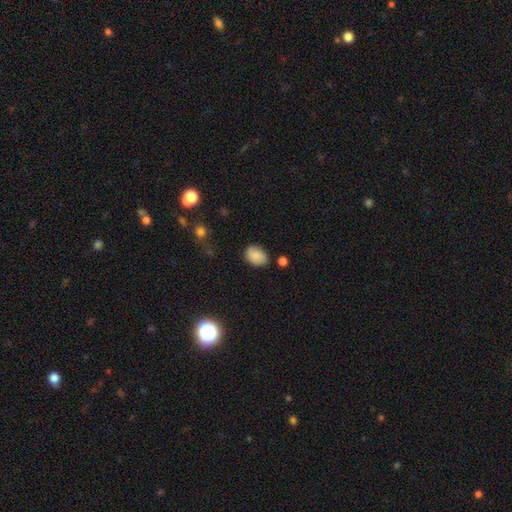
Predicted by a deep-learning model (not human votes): Overall: smooth (83%). How rounded: in between (74%). Merging: none (77%).